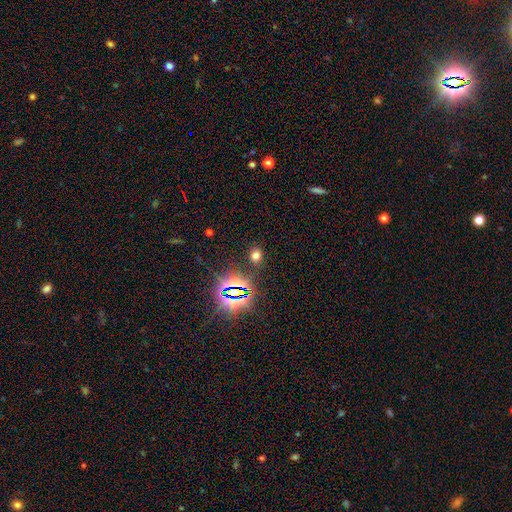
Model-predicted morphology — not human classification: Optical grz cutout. It shows a smooth galaxy with no disk features (63%) that is round (56%). Merging: none (85%).